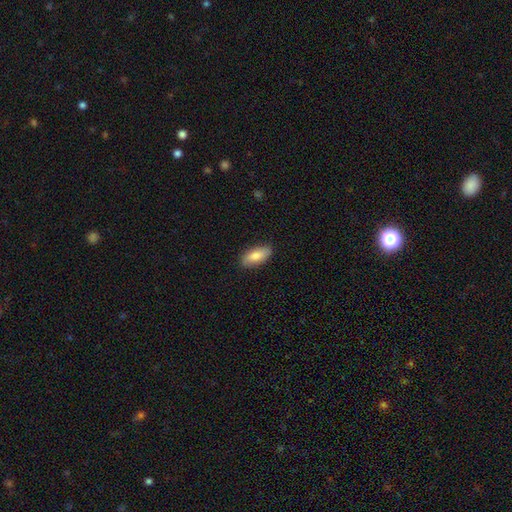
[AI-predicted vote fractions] This is clearly a smooth galaxy (81%). How rounded: clearly in between (85%). Merging: clearly none (86%).